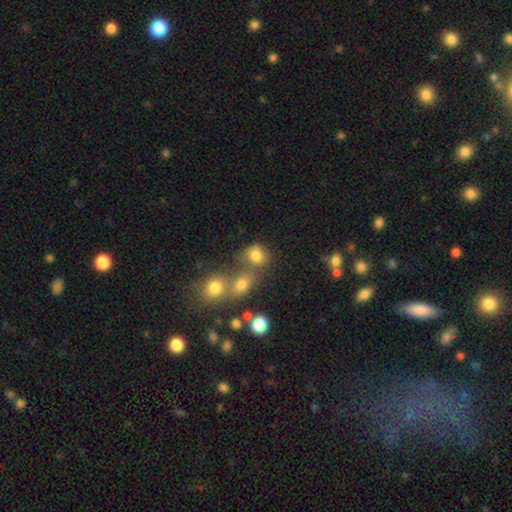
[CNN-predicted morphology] smooth 75%, star or artifact 15%, featured or disk 10%. Down the decision tree: how rounded — round (64%); merging — none (46%).